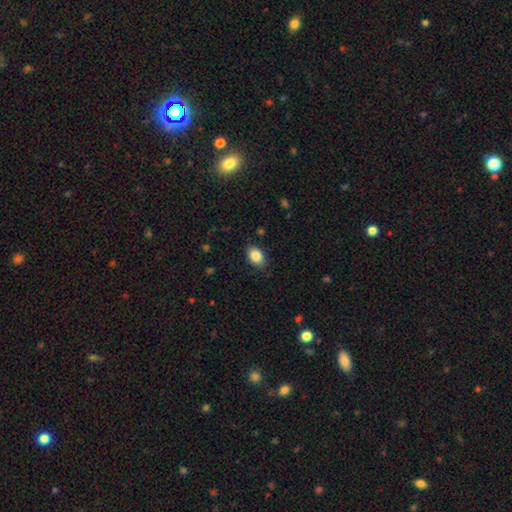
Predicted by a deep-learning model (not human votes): Smooth or featured: smooth — 87% (star or artifact — 8%)
How rounded: in between — 85% (round — 14%)
Merging: none — 85% (minor disturbance — 12%)